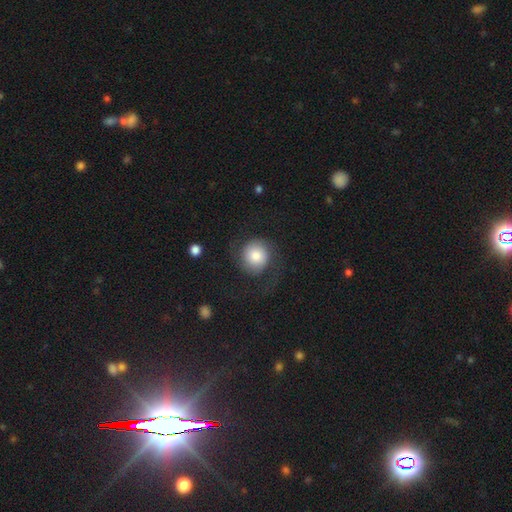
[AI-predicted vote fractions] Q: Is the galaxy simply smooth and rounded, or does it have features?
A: smooth — 59%.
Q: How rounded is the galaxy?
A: round — 88%.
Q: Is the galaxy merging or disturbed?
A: none — 62%.